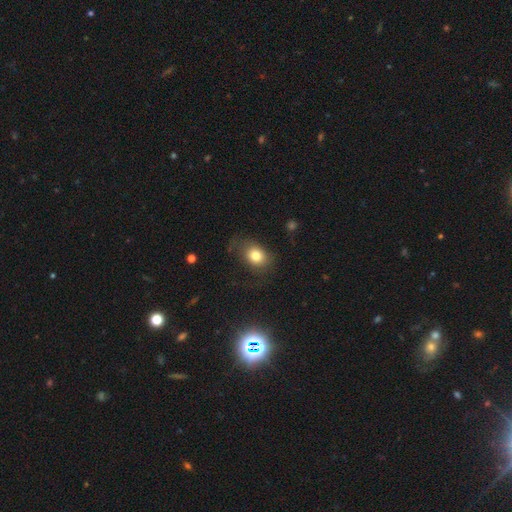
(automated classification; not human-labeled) Morphology: type=smooth (79%); roundness=in between (55%); merging=none (62%).